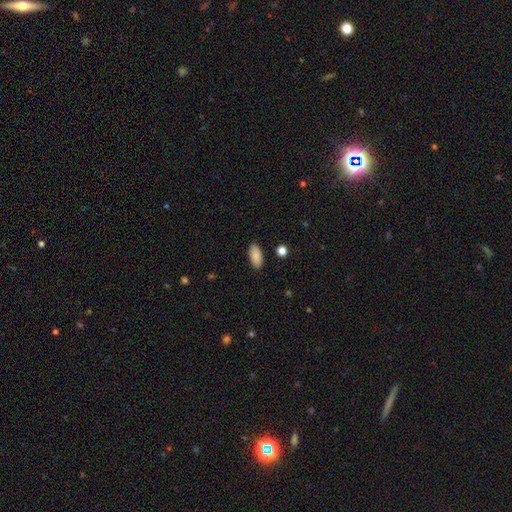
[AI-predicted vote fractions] smooth-or-featured: smooth: 88% | star or artifact: 7% | featured or disk: 5%
  how-rounded: in between: 89% | cigar-shaped: 9% | round: 2%
  merging: none: 88% | minor disturbance: 8% | major disturbance: 2% | merger: 2%